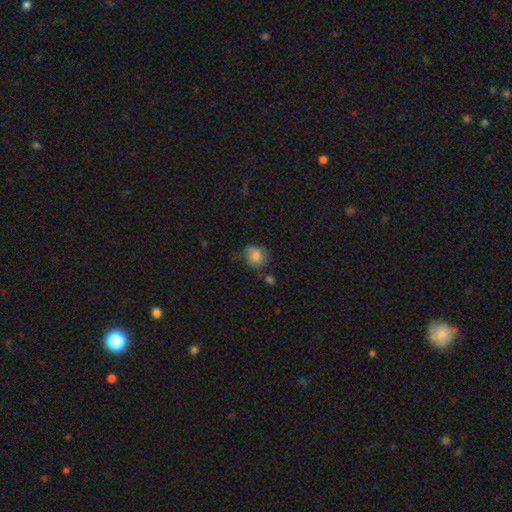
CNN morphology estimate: Smooth or featured? smooth (73%)
How rounded? round (62%)
Merging? none (52%)